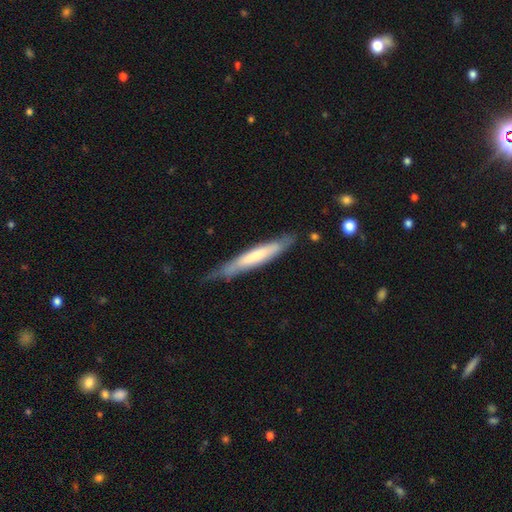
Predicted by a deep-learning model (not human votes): Smooth or featured: smooth — 50% (featured or disk — 44%)
How rounded: cigar-shaped — 91% (in between — 7%)
Merging: none — 71% (minor disturbance — 22%)